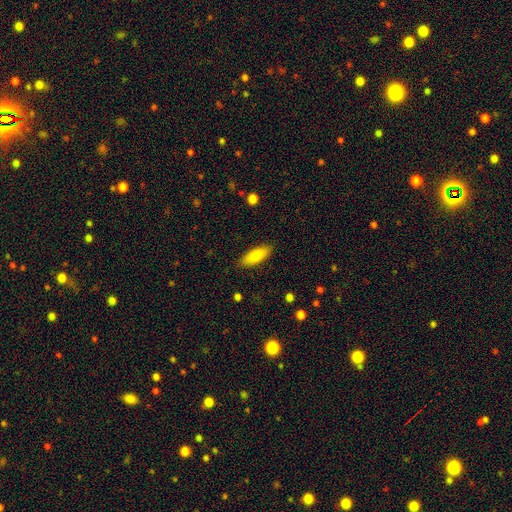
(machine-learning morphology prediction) Smooth or featured: smooth — 82% (featured or disk — 12%)
How rounded: in between — 64% (cigar-shaped — 34%)
Merging: none — 87% (minor disturbance — 9%)